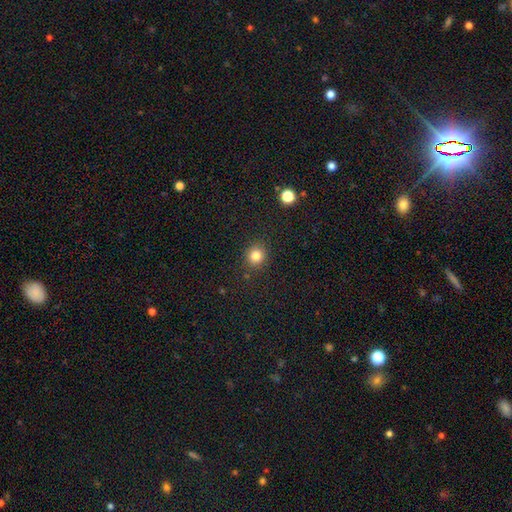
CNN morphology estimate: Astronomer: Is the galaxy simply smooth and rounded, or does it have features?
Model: smooth — 83%.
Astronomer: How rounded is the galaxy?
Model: round — 86%.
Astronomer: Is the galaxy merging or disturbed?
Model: none — 88%.